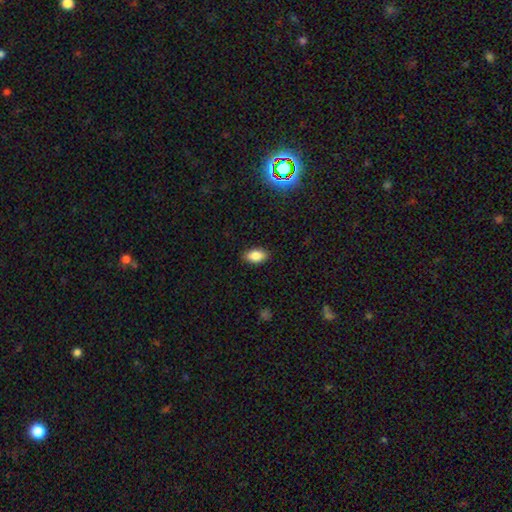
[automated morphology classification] Smooth or featured? Predicted: smooth (p=0.85). How rounded? Predicted: in between (p=0.91). Merging? Predicted: none (p=0.88).